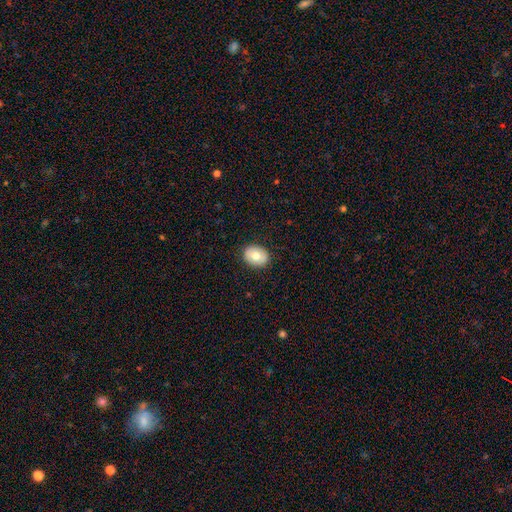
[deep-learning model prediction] Morphology: type=smooth (70%); roundness=in between (56%); merging=none (88%).